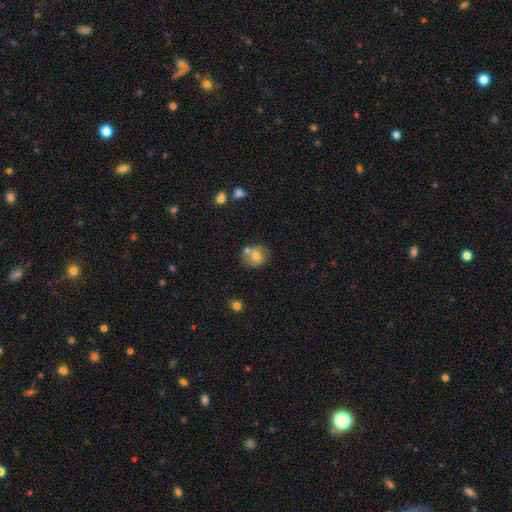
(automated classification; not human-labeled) A smooth galaxy with no disk features (67%) that is round (74%).

Vote fractions:
- Smooth or featured? smooth: 67% / featured or disk: 24% / star or artifact: 9%
- How rounded? round: 74% / in between: 25% / cigar-shaped: 1%
- Merging? none: 56% / merger: 25% / minor disturbance: 14% / major disturbance: 4%